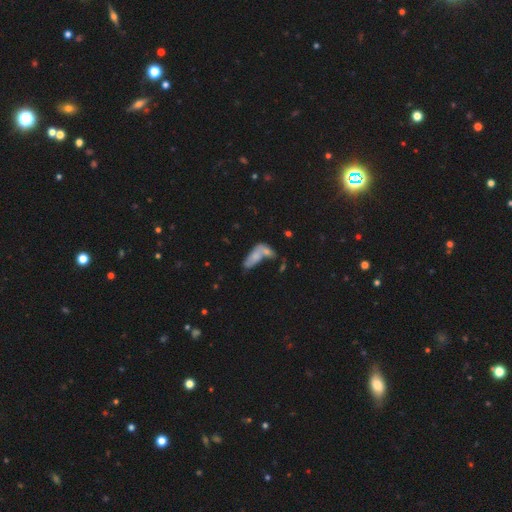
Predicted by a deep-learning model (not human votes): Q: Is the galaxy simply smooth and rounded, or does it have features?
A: smooth — 66%.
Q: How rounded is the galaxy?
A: in between — 75%.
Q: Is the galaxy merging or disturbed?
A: merger — 54%.